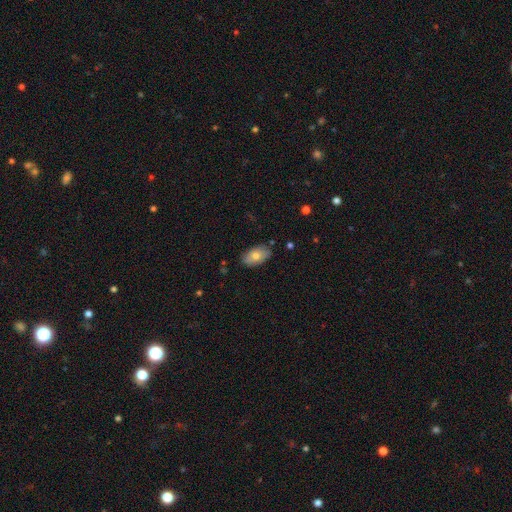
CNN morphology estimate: Overall: smooth (74%). How rounded: in between (93%). Merging: none (83%).